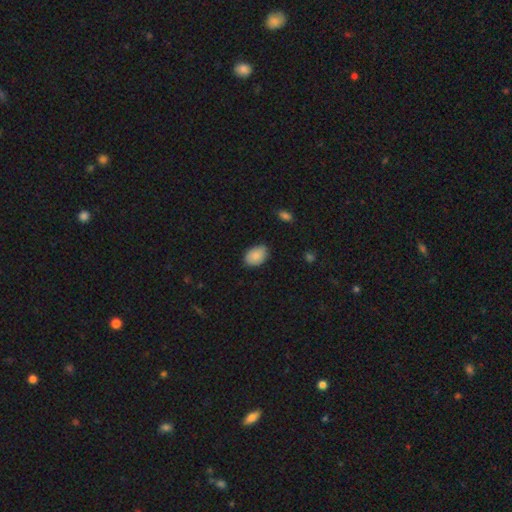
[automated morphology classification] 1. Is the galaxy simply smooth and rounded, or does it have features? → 86% smooth, 8% featured or disk, 7% star or artifact.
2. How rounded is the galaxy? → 82% in between, 17% round, 1% cigar-shaped.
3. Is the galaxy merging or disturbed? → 78% none, 18% minor disturbance, 3% major disturbance, 1% merger.